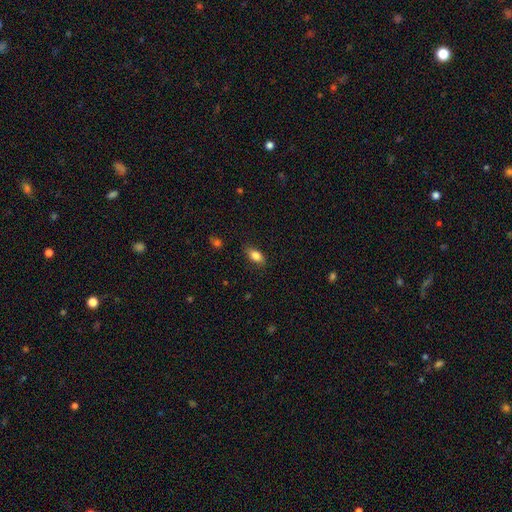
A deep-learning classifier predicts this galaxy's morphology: Smooth or featured? smooth (83%)
How rounded? in between (86%)
Merging? none (83%)